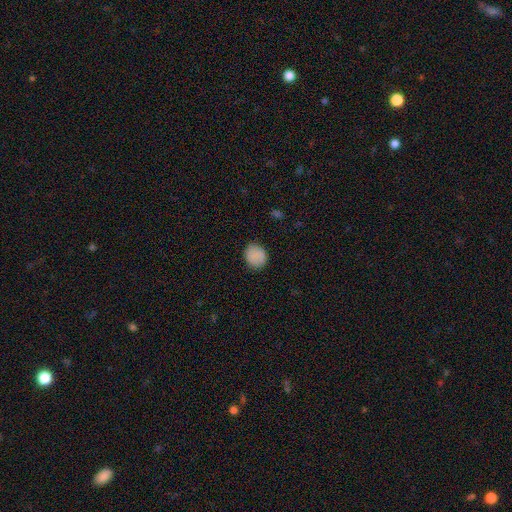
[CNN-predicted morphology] Q: Smooth or featured?
A: smooth (86%); runner-up: star or artifact (8%)
Q: How rounded?
A: round (67%); runner-up: in between (32%)
Q: Merging?
A: none (85%); runner-up: minor disturbance (11%)